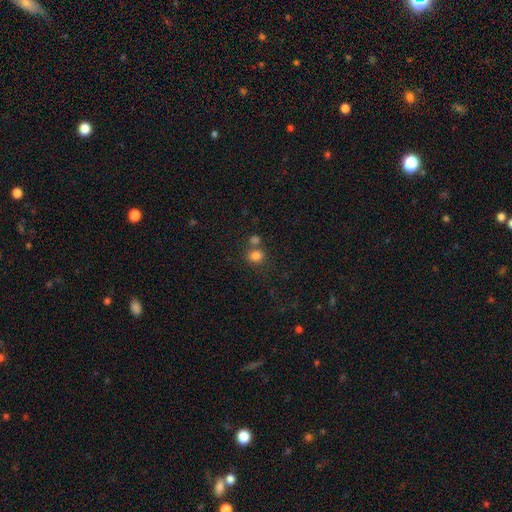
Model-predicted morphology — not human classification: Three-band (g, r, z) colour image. It shows a smooth galaxy with no disk features (81%) that is round (75%). Merging: none (58%).